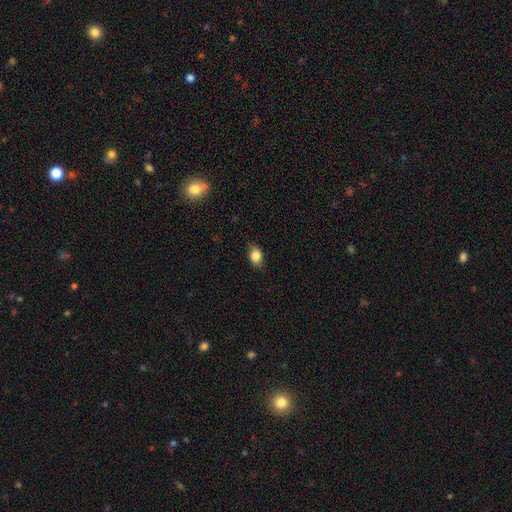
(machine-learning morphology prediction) smooth 84%, star or artifact 9%, featured or disk 7%. Down the decision tree: how rounded — in between (72%); merging — none (79%).